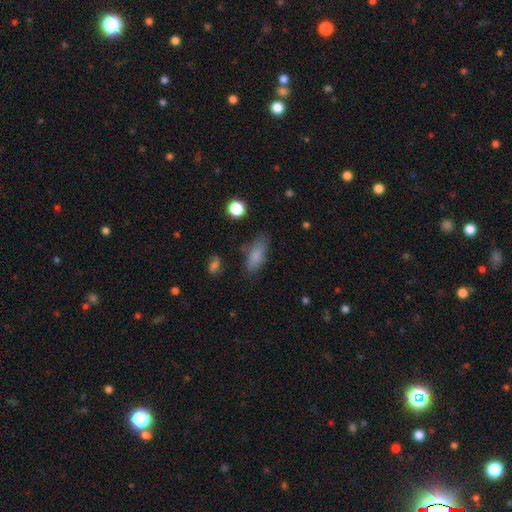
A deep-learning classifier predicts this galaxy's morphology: A smooth galaxy with no disk features (81%) that is in between round and cigar-shaped (78%). Merging: none (69%).